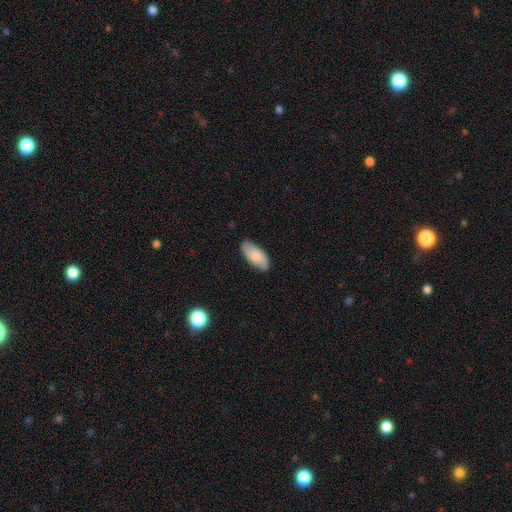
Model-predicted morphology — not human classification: Smooth or featured? Predicted: smooth (p=0.77). How rounded? Predicted: in between (p=0.90). Merging? Predicted: none (p=0.84).